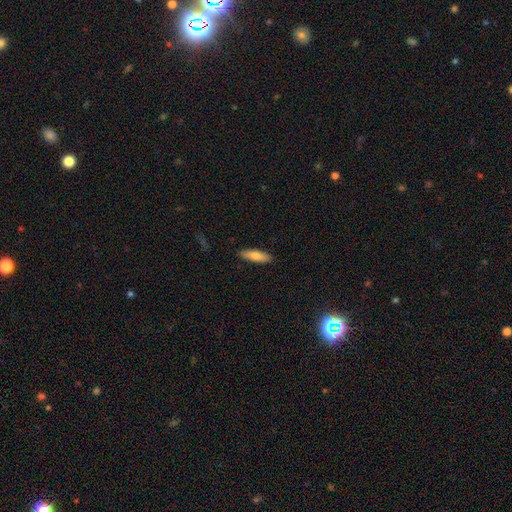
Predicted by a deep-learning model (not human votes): smooth_or_featured: smooth (p=0.78) [alt: featured or disk p=0.16]
how_rounded: cigar-shaped (p=0.57) [alt: in between p=0.42]
merging: none (p=0.89) [alt: minor disturbance p=0.08]